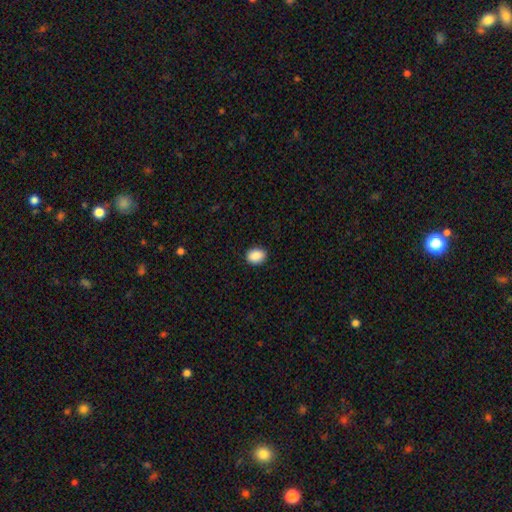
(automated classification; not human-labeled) Morphology: type=smooth (90%); roundness=in between (58%); merging=none (89%).